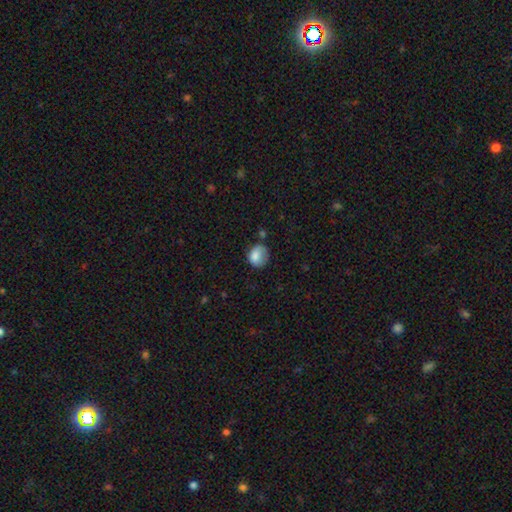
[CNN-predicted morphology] Smooth or featured? smooth (80%)
How rounded? round (68%)
Merging? none (53%)